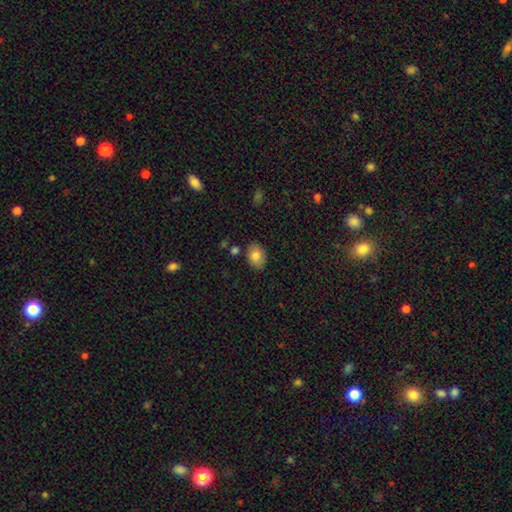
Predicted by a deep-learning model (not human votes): This is clearly a smooth galaxy (83%). How rounded: likely in between (79%). Merging: clearly none (83%).